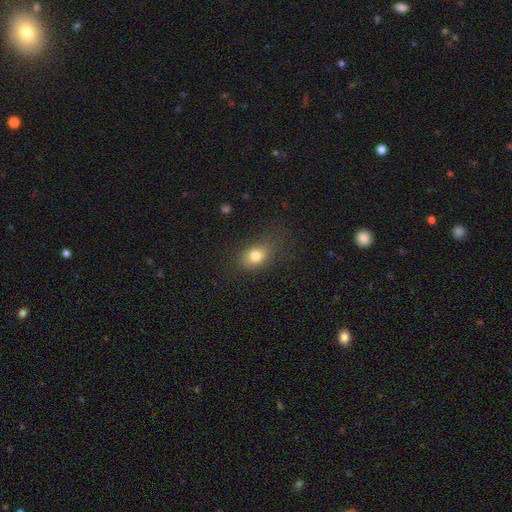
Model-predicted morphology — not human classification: The model was most divided on "how rounded": in between: 64%, round: 34%, cigar-shaped: 2%. More confident: smooth or featured — smooth (78%); merging — none (65%).